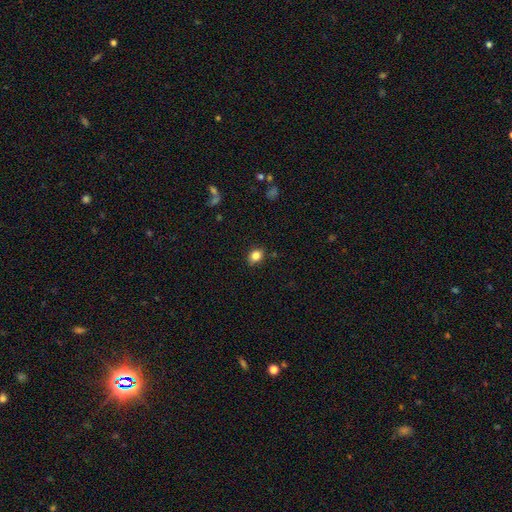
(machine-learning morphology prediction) This appears to be a smooth galaxy with no disk features (82%) that is in between round and cigar-shaped (52%). Merging: none (82%).